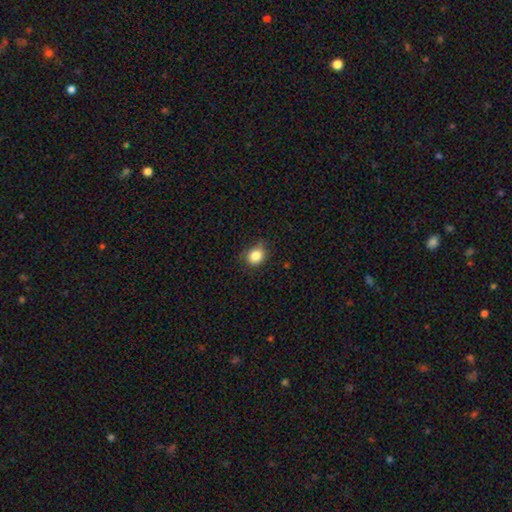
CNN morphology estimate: smooth-or-featured: smooth: 84% | star or artifact: 10% | featured or disk: 5%
  how-rounded: round: 65% | in between: 35% | cigar-shaped: 1%
  merging: none: 74% | minor disturbance: 21% | major disturbance: 4% | merger: 1%